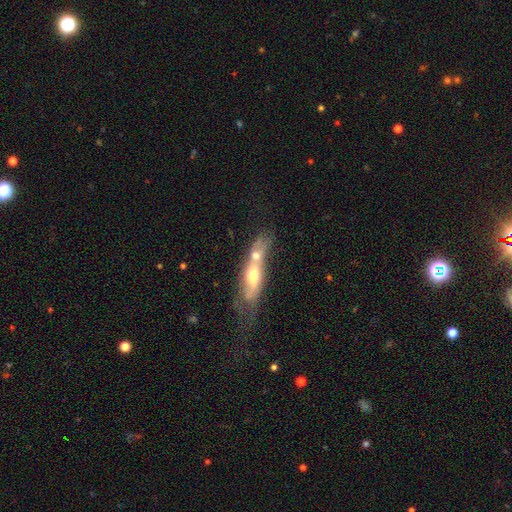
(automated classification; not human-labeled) This is possibly a featured or disk galaxy (48%). Merging: possibly merger (57%).